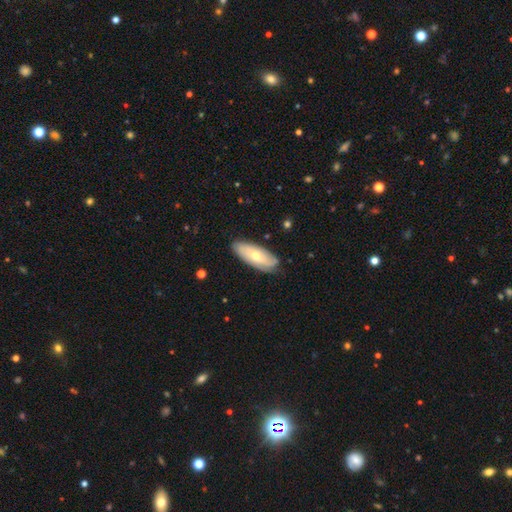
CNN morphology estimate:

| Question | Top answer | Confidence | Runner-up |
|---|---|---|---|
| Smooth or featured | smooth | 51% | featured or disk (44%) |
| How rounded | in between | 76% | cigar-shaped (22%) |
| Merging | none | 81% | minor disturbance (15%) |